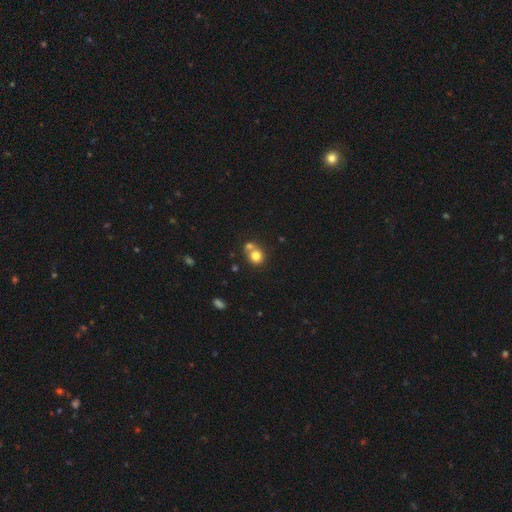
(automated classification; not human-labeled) A smooth galaxy with no disk features (77%) that is round (80%). Merging: merger (45%).